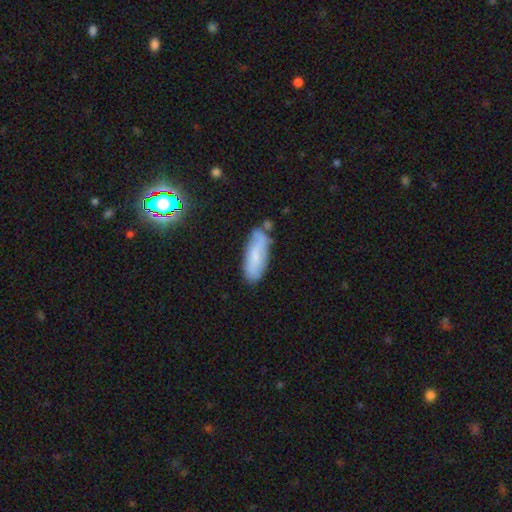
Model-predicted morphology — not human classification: Smooth or featured? smooth (67%)
How rounded? in between (62%)
Merging? none (66%)